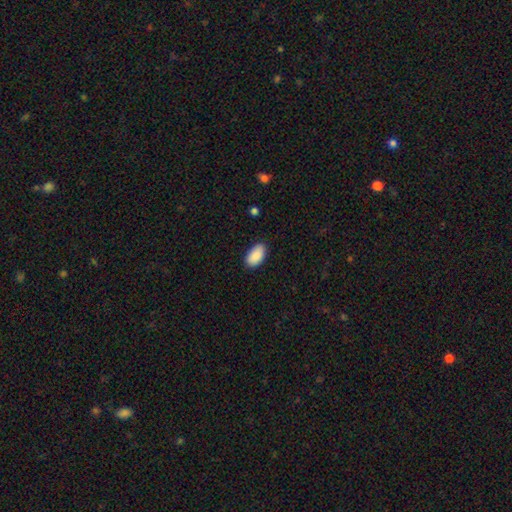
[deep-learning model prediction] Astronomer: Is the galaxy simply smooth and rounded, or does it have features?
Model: smooth — 90%.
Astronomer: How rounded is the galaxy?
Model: in between — 95%.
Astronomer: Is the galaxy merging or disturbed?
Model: none — 83%.